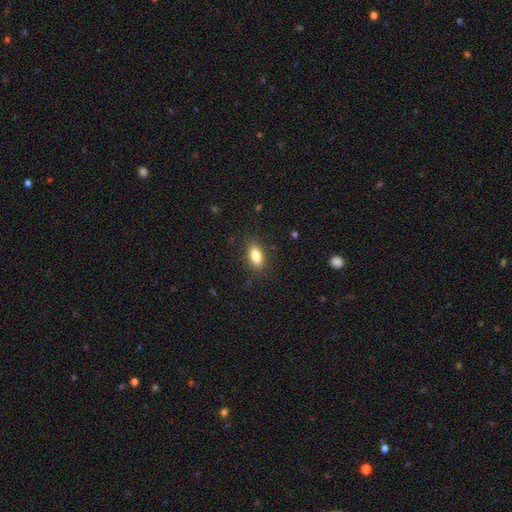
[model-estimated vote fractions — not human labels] smooth 85%, star or artifact 8%, featured or disk 7%. Down the decision tree: how rounded — in between (88%); merging — none (86%).